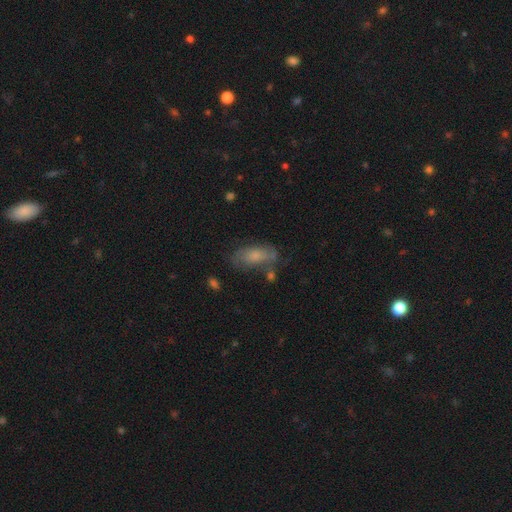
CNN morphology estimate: Smooth or featured? Predicted: smooth (p=0.60). How rounded? Predicted: in between (p=0.82). Merging? Predicted: none (p=0.58).